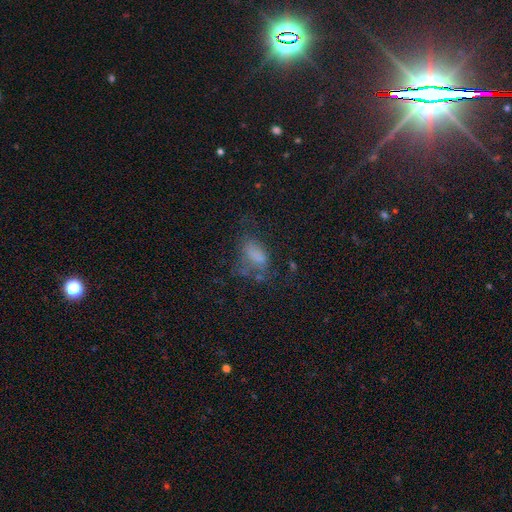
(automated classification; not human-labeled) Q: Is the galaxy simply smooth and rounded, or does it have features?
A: smooth — 58%.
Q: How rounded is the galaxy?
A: in between — 88%.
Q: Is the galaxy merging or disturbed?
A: major disturbance — 40%.